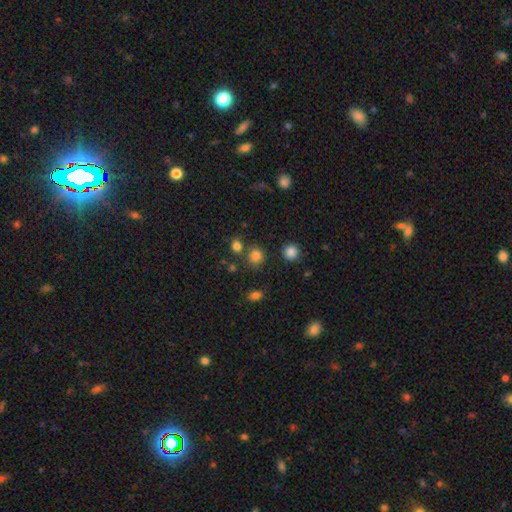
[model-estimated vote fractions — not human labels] The model was most divided on "how rounded": round: 81%, in between: 18%, cigar-shaped: 1%. More confident: smooth or featured — smooth (80%); merging — none (76%).